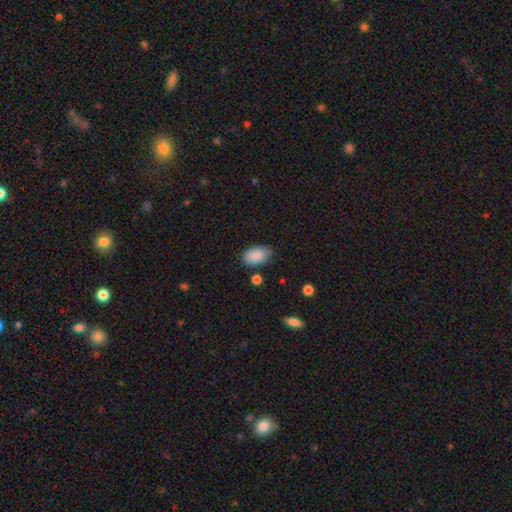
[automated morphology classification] Smooth or featured: smooth — 89% (star or artifact — 7%)
How rounded: in between — 92% (round — 6%)
Merging: none — 80% (minor disturbance — 14%)